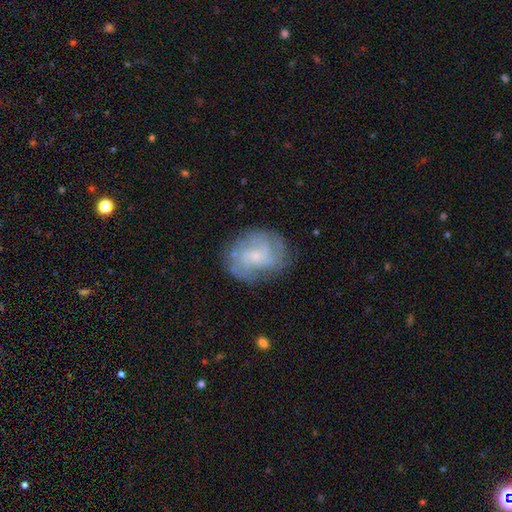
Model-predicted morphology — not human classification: Smooth or featured: featured or disk — 66% (smooth — 25%)
Edge-on disk: no — 97% (yes — 3%)
Bar: no — 61% (weak — 34%)
Spiral arms: yes — 85% (no — 15%)
Spiral winding: medium — 41% (tight — 39%)
Spiral arm count: can't tell — 41% (2 — 19%)
Bulge size: small — 65% (moderate — 22%)
Merging: none — 72% (minor disturbance — 18%)